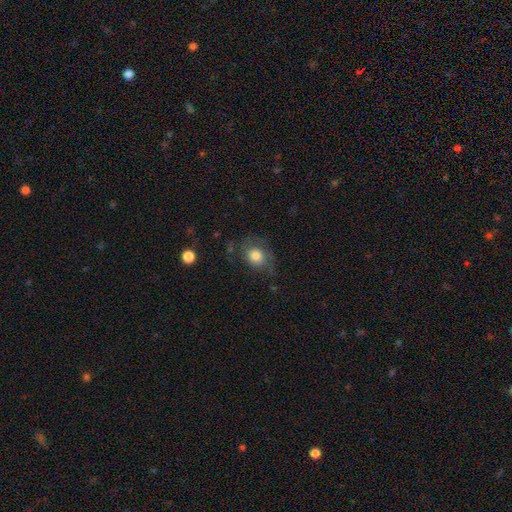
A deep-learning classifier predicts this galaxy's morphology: smooth-or-featured: smooth: 70% | featured or disk: 22% | star or artifact: 9%
  how-rounded: round: 58% | in between: 41% | cigar-shaped: 1%
  merging: none: 57% | minor disturbance: 25% | major disturbance: 16% | merger: 2%